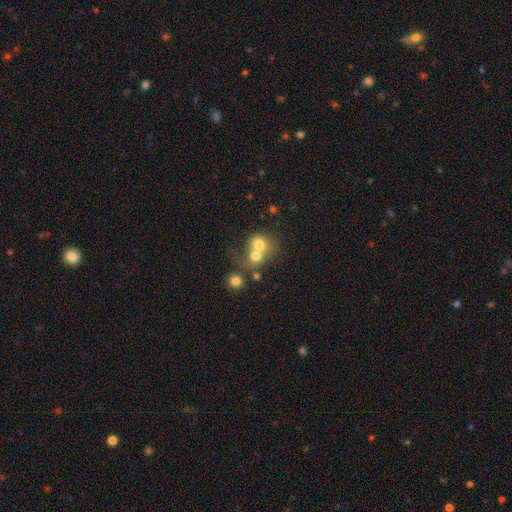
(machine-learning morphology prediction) smooth_or_featured: smooth (p=0.68) [alt: featured or disk p=0.21]
how_rounded: round (p=0.70) [alt: in between p=0.29]
merging: merger (p=0.69) [alt: none p=0.21]